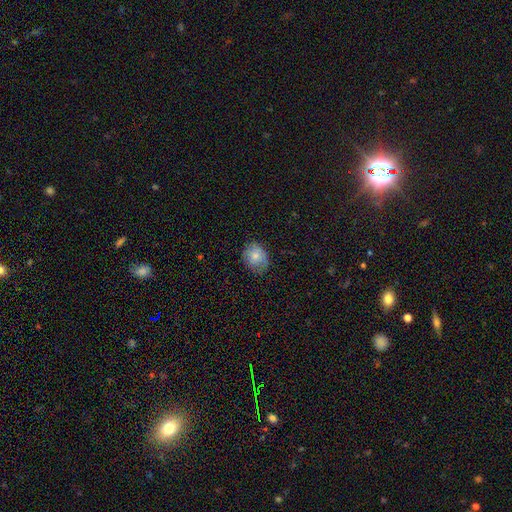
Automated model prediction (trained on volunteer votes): Smooth or featured?
  - smooth: 74% *
  - featured or disk: 18%
  - star or artifact: 8%
How rounded?
  - round: 58% *
  - in between: 41%
  - cigar-shaped: 1%
Merging?
  - none: 71% *
  - minor disturbance: 22%
  - major disturbance: 5%
  - merger: 1%